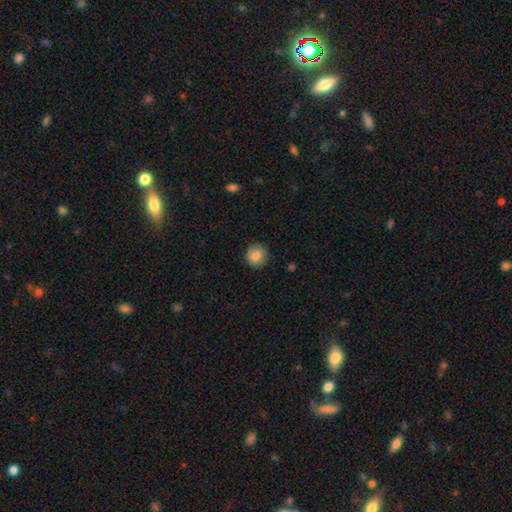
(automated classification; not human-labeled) A smooth galaxy with no disk features (86%) that is round (87%).

Vote fractions:
- Smooth or featured? smooth: 86% / star or artifact: 8% / featured or disk: 6%
- How rounded? round: 87% / in between: 12% / cigar-shaped: 1%
- Merging? none: 88% / minor disturbance: 9% / major disturbance: 2% / merger: 1%